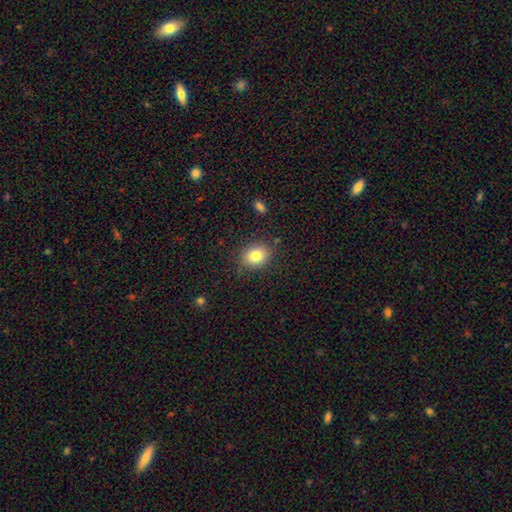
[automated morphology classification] smooth 80%, star or artifact 10%, featured or disk 10%. Down the decision tree: how rounded — in between (50%); merging — none (84%).